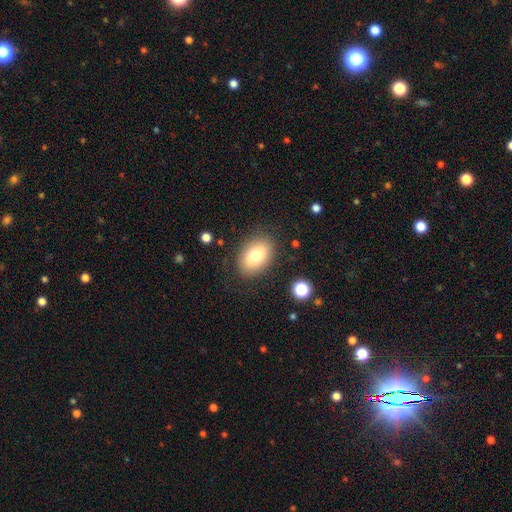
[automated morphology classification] Q: Smooth or featured?
A: smooth (77%); runner-up: featured or disk (14%)
Q: How rounded?
A: in between (86%); runner-up: round (13%)
Q: Merging?
A: none (83%); runner-up: minor disturbance (11%)